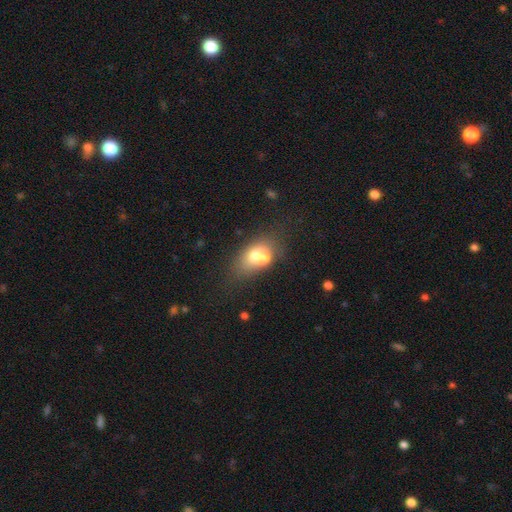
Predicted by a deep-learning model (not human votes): Smooth or featured: smooth — 61% (featured or disk — 27%)
How rounded: in between — 68% (round — 29%)
Merging: merger — 53% (none — 28%)